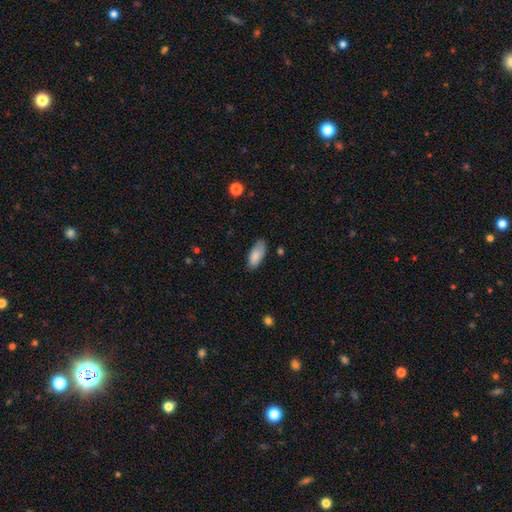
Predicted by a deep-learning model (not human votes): This appears to be a smooth galaxy with no disk features (86%) that is in between round and cigar-shaped (86%). Merging: none (75%).